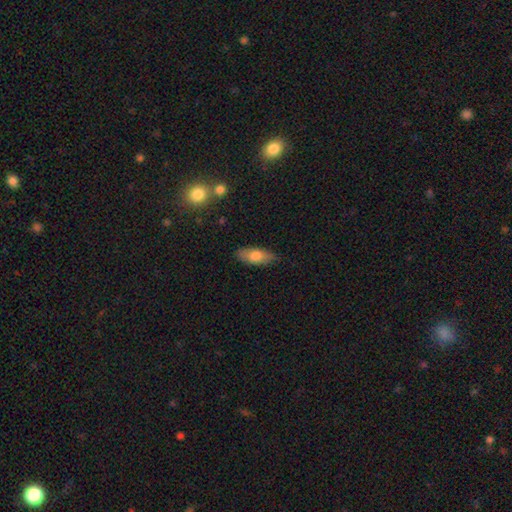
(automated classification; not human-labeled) A smooth galaxy with no disk features (73%) that is in between round and cigar-shaped (79%).

Vote fractions:
- Smooth or featured? smooth: 73% / featured or disk: 20% / star or artifact: 7%
- How rounded? in between: 79% / cigar-shaped: 18% / round: 3%
- Merging? none: 80% / minor disturbance: 16% / major disturbance: 3% / merger: 1%